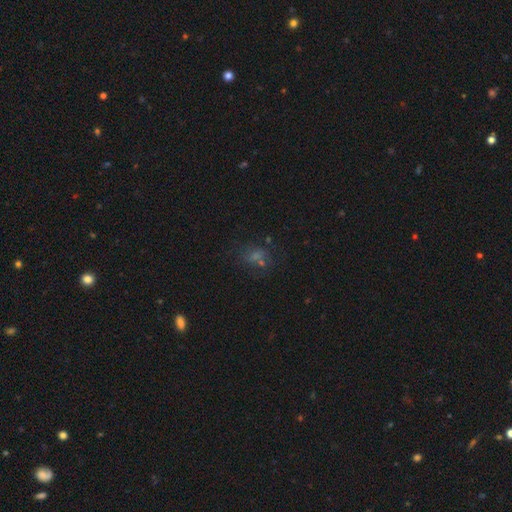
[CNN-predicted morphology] This appears to be a smooth galaxy with no disk features (47%). Merging: none (63%).